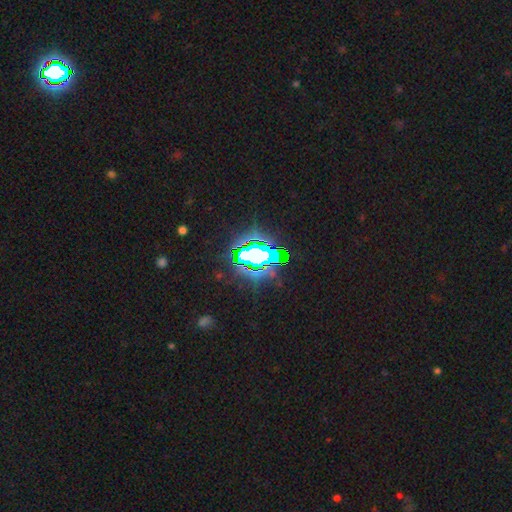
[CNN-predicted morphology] A star or artifact, not a galaxy (67%).

Vote fractions:
- Smooth or featured? star or artifact: 67% / featured or disk: 17% / smooth: 16%